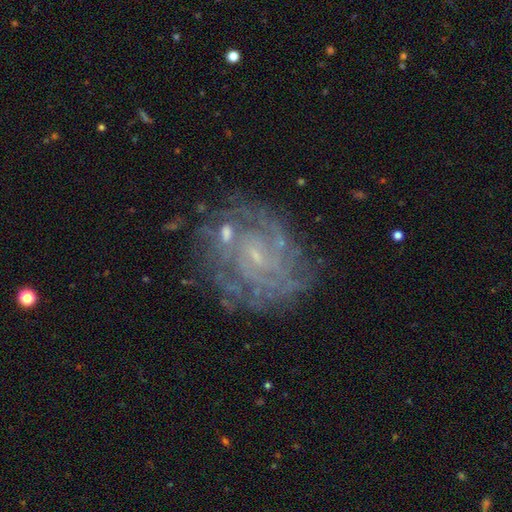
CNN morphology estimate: Smooth or featured: featured or disk — 78% (star or artifact — 12%)
Edge-on disk: no — 98% (yes — 2%)
Bar: no — 59% (weak — 34%)
Spiral arms: yes — 86% (no — 14%)
Spiral winding: tight — 61% (medium — 29%)
Spiral arm count: can't tell — 42% (2 — 14%)
Bulge size: small — 73% (none — 16%)
Merging: none — 70% (minor disturbance — 16%)